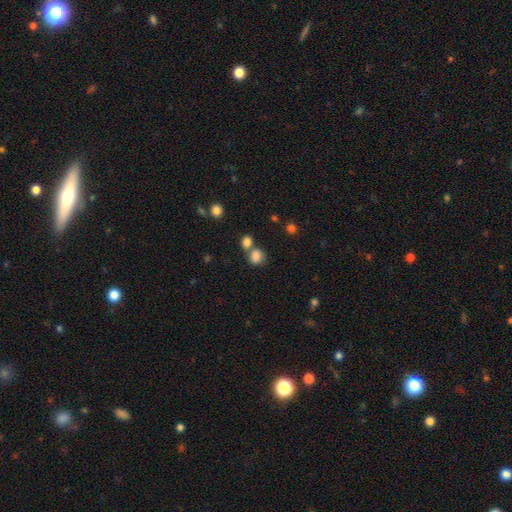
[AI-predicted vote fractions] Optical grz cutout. It shows a smooth galaxy with no disk features (83%) that is round (72%). Merging: none (50%).